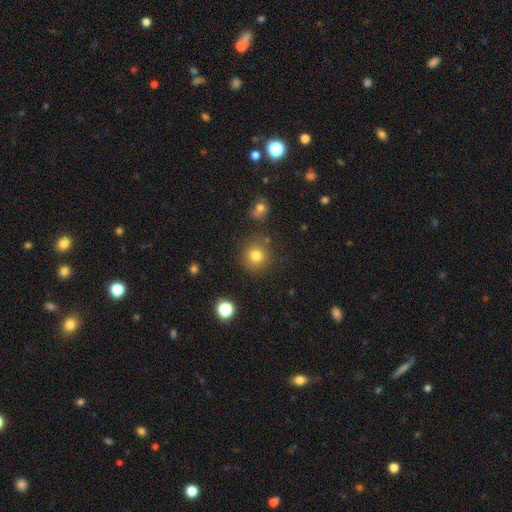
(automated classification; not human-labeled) This is likely a smooth galaxy (78%). How rounded: clearly round (91%). Merging: clearly none (83%).